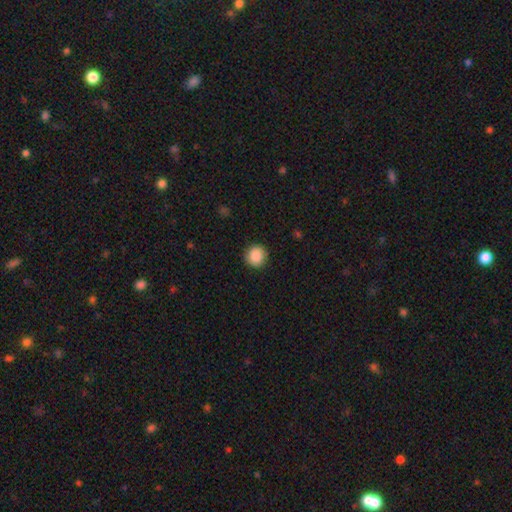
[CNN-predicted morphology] smooth_or_featured: smooth (p=0.89) [alt: star or artifact p=0.08]
how_rounded: round (p=0.91) [alt: in between p=0.08]
merging: none (p=0.90) [alt: minor disturbance p=0.07]